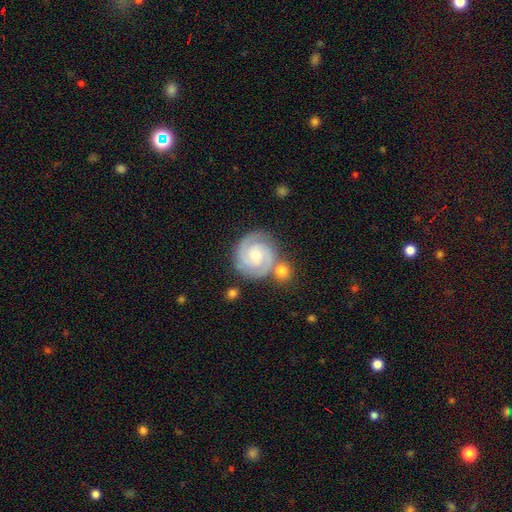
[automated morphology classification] smooth-or-featured: featured or disk: 81% | smooth: 14% | star or artifact: 5%
  disk-edge-on: no: 98% | yes: 2%
    bar: no: 63% | weak: 32% | strong: 6%
    has-spiral-arms: yes: 97% | no: 3%
      spiral-winding: tight: 68% | medium: 27% | loose: 4%
      spiral-arm-count: 2: 73% | 3: 12% | can't tell: 8% | 1: 3% | 4: 2% | more than 4: 2%
    bulge-size: moderate: 48% | small: 42% | large: 5% | none: 3% | dominant: 1%
  merging: none: 68% | merger: 15% | minor disturbance: 13% | major disturbance: 4%